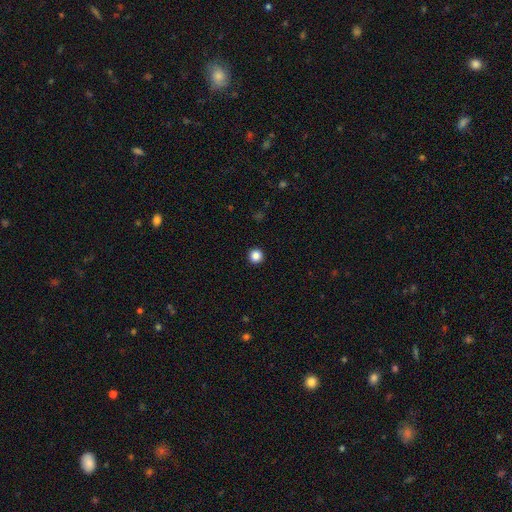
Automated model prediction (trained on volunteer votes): Smooth or featured? smooth (86%)
How rounded? round (97%)
Merging? none (94%)